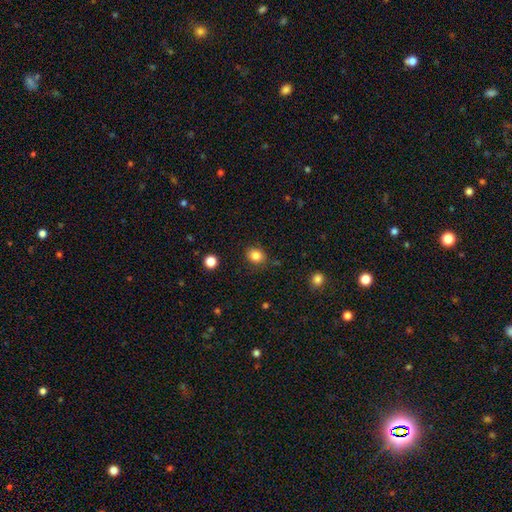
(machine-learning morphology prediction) Smooth or featured? Predicted: smooth (p=0.84). How rounded? Predicted: round (p=0.61). Merging? Predicted: none (p=0.84).